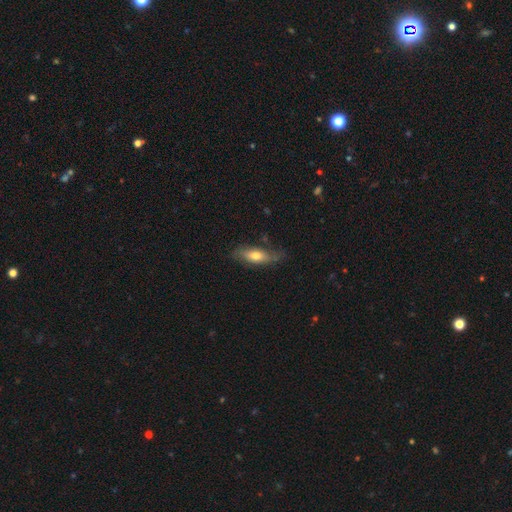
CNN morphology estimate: Q: Smooth or featured?
A: smooth (61%); runner-up: featured or disk (33%)
Q: How rounded?
A: in between (62%); runner-up: cigar-shaped (35%)
Q: Merging?
A: none (66%); runner-up: minor disturbance (25%)